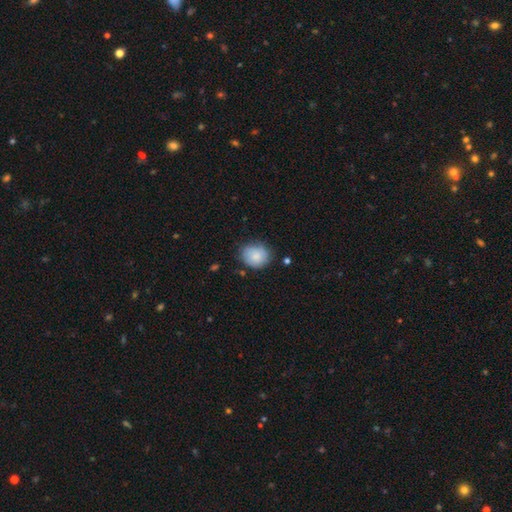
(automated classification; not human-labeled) Smooth or featured? smooth (83%)
How rounded? round (67%)
Merging? none (69%)